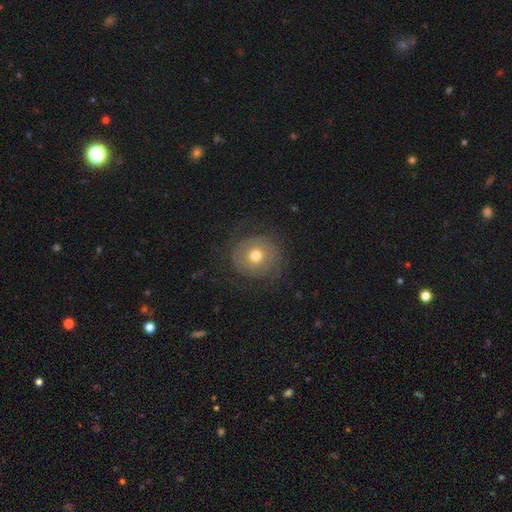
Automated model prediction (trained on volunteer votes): smooth-or-featured: featured or disk: 47% | smooth: 44% | star or artifact: 9%
  merging: none: 71% | minor disturbance: 15% | major disturbance: 13% | merger: 1%